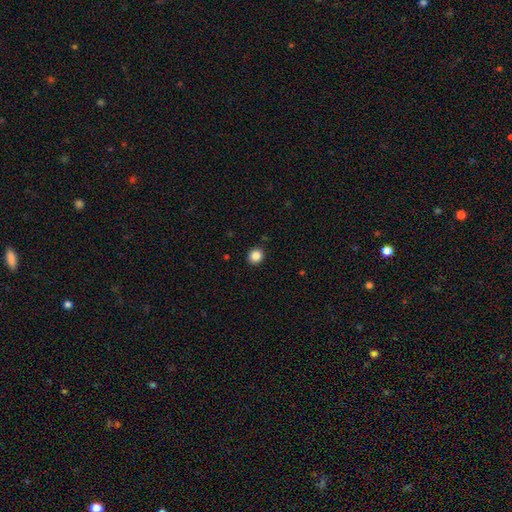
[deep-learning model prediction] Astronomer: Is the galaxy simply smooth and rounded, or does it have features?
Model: smooth — 86%.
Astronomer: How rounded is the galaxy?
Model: round — 86%.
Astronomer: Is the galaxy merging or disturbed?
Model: none — 91%.